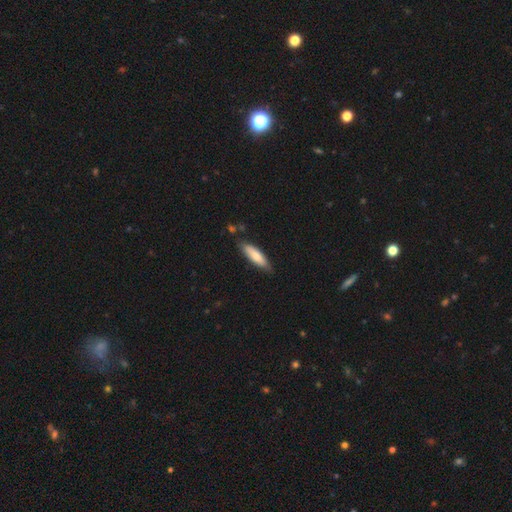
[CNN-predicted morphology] smooth_or_featured: smooth (p=0.75) [alt: featured or disk p=0.20]
how_rounded: cigar-shaped (p=0.60) [alt: in between p=0.39]
merging: none (p=0.78) [alt: minor disturbance p=0.17]